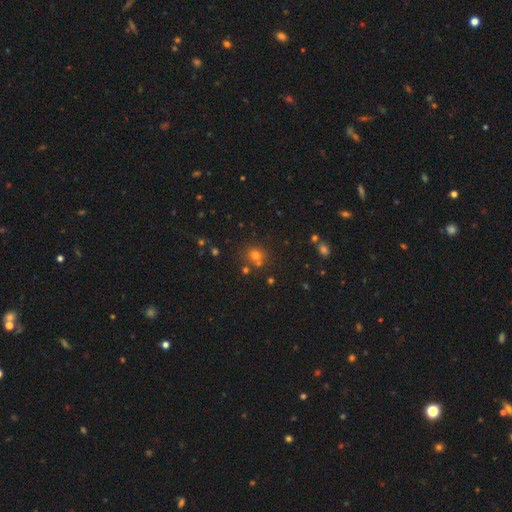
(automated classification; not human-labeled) Q: Smooth or featured?
A: smooth (67%); runner-up: star or artifact (23%)
Q: How rounded?
A: round (84%); runner-up: in between (15%)
Q: Merging?
A: none (65%); runner-up: merger (21%)